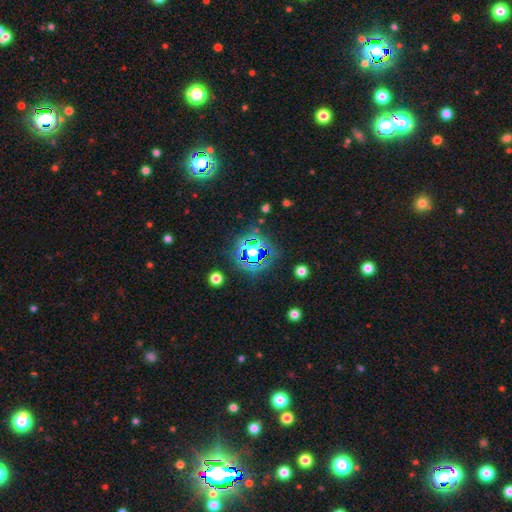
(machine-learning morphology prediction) star or artifact 63%, smooth 26%, featured or disk 12%.